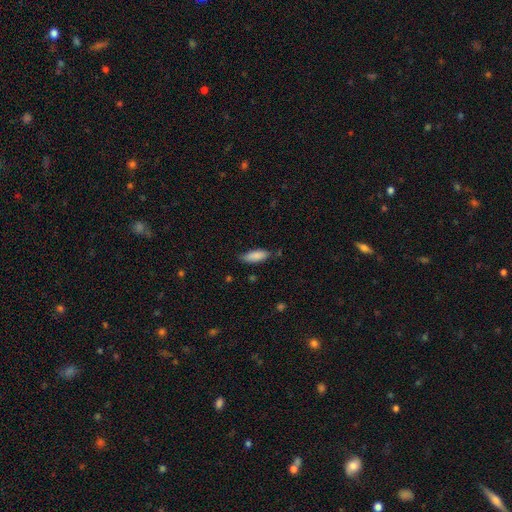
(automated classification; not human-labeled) smooth-or-featured: smooth: 87% | featured or disk: 7% | star or artifact: 6%
  how-rounded: in between: 72% | cigar-shaped: 27% | round: 2%
  merging: none: 73% | minor disturbance: 21% | major disturbance: 4% | merger: 2%